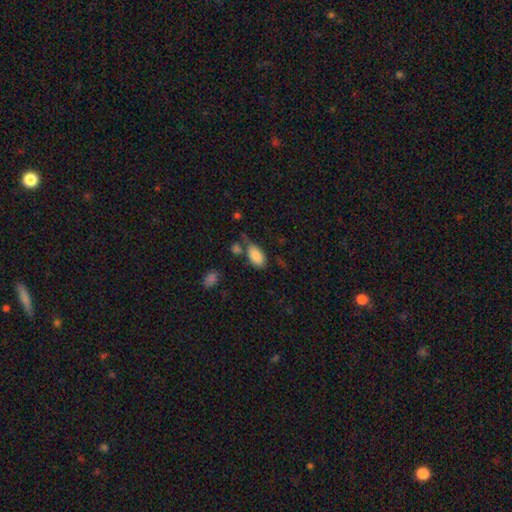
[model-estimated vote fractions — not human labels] This is clearly a smooth galaxy (85%). How rounded: clearly in between (93%). Merging: possibly none (53%).